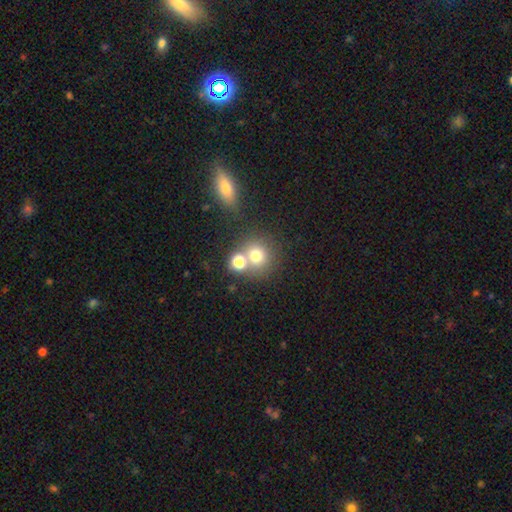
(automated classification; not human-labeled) Smooth or featured: smooth — 72% (star or artifact — 16%)
How rounded: round — 87% (in between — 12%)
Merging: none — 58% (merger — 30%)